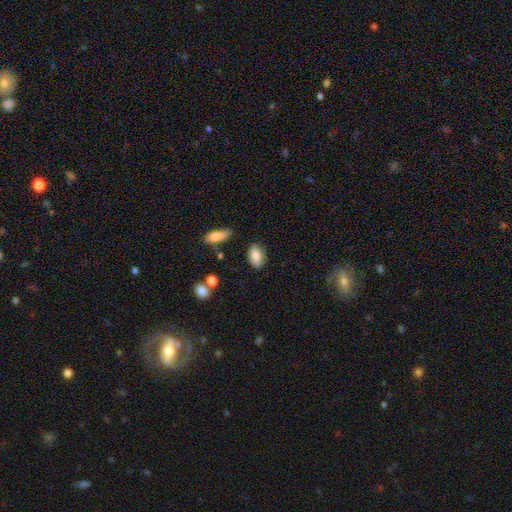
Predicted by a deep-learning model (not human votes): The model was most divided on "merging": none: 81%, minor disturbance: 13%, major disturbance: 3%, merger: 3%. More confident: how rounded — in between (89%); smooth or featured — smooth (82%).